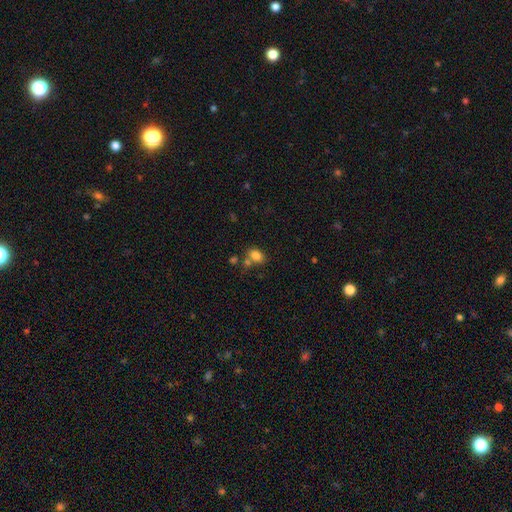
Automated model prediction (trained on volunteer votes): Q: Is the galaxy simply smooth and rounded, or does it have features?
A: smooth — 81%.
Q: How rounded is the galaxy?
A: in between — 70%.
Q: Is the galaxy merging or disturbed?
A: none — 57%.